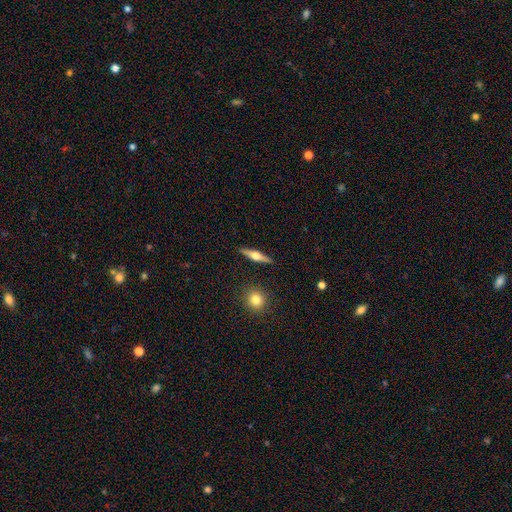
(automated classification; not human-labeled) This appears to be a featured or disk galaxy (65%) viewed edge-on (96%) with a rounded central bulge (92%). Merging: none (90%).